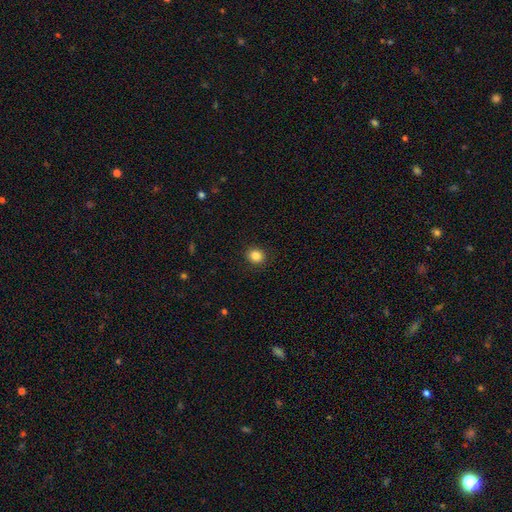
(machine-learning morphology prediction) A smooth galaxy with no disk features (85%) that is round (75%). Merging: none (91%).